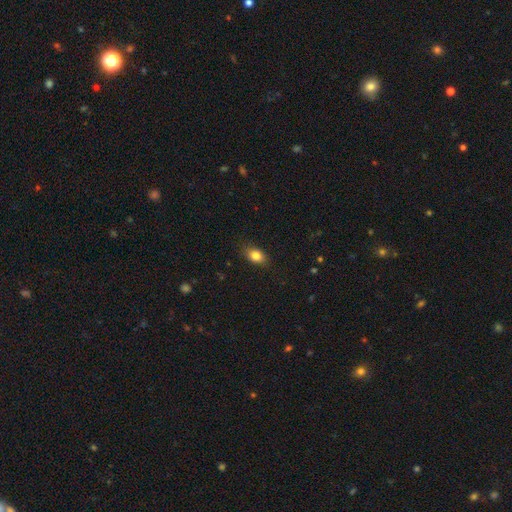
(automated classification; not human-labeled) A smooth galaxy with no disk features (83%) that is in between round and cigar-shaped (76%). Merging: none (83%).